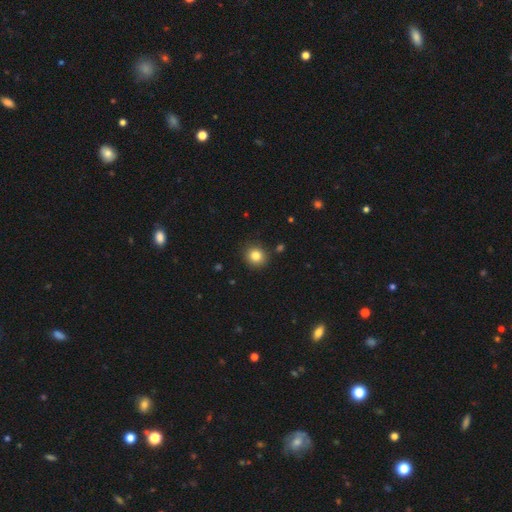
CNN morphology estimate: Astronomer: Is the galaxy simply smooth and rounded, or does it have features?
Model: smooth — 83%.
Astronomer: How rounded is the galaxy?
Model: round — 86%.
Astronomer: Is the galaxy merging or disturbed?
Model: none — 89%.